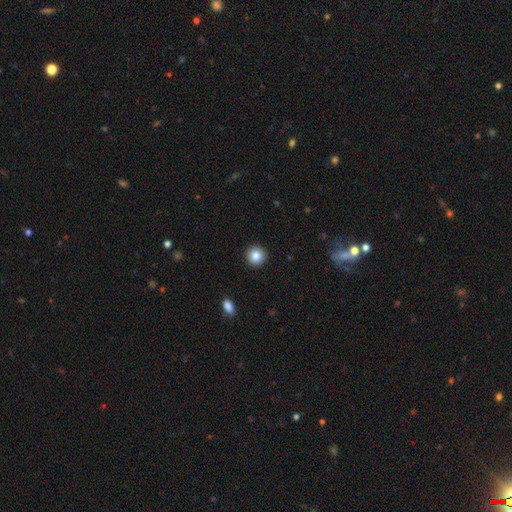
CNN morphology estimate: Smooth or featured: smooth — 84% (star or artifact — 10%)
How rounded: round — 95% (in between — 4%)
Merging: none — 93% (minor disturbance — 4%)